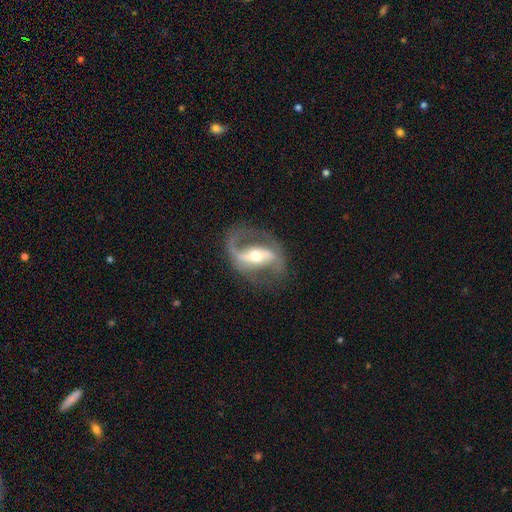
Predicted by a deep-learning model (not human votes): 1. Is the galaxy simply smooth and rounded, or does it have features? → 86% featured or disk, 9% smooth, 5% star or artifact.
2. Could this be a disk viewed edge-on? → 93% no, 7% yes.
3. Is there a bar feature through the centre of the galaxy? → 58% strong, 26% weak, 16% no.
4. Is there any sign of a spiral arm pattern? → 87% yes, 13% no.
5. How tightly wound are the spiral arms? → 46% medium, 38% loose, 16% tight.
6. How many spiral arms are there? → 81% 2, 12% 1, 4% can't tell, 1% 3, 1% 4, 1% more than 4.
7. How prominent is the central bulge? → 66% moderate, 24% small, 8% large, 1% dominant, 1% none.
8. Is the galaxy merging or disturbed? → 70% none, 15% minor disturbance, 14% major disturbance, 2% merger.